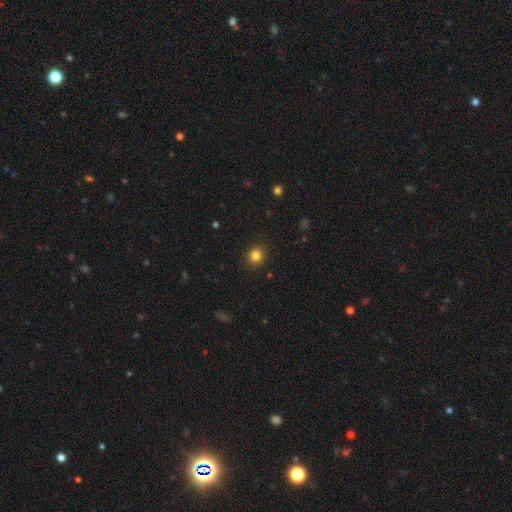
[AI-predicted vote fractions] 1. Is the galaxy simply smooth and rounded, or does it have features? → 83% smooth, 12% star or artifact, 5% featured or disk.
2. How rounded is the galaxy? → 84% round, 15% in between, 1% cigar-shaped.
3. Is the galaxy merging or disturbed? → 90% none, 7% minor disturbance, 2% major disturbance, 1% merger.